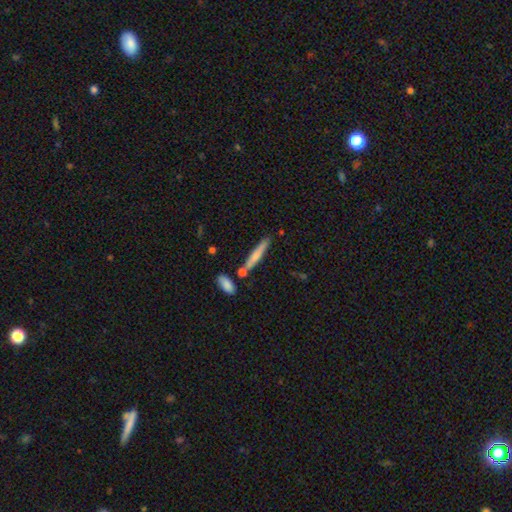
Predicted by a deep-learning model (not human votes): Smooth or featured?
  - smooth: 70% *
  - featured or disk: 24%
  - star or artifact: 6%
How rounded?
  - cigar-shaped: 91% *
  - in between: 7%
  - round: 2%
Merging?
  - none: 74% *
  - minor disturbance: 13%
  - merger: 10%
  - major disturbance: 3%